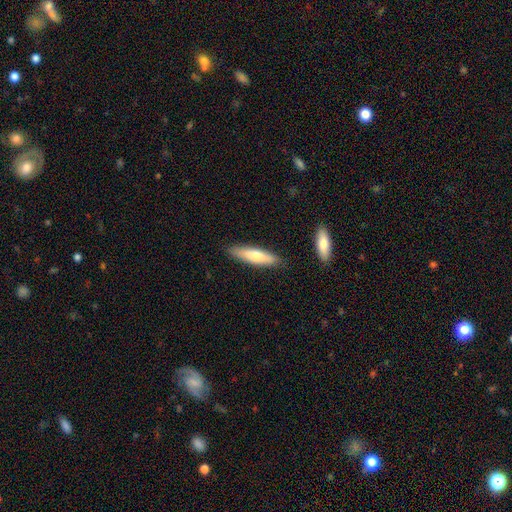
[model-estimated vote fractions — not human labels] smooth_or_featured: smooth (p=0.67) [alt: featured or disk p=0.28]
how_rounded: cigar-shaped (p=0.76) [alt: in between p=0.23]
merging: none (p=0.86) [alt: minor disturbance p=0.10]